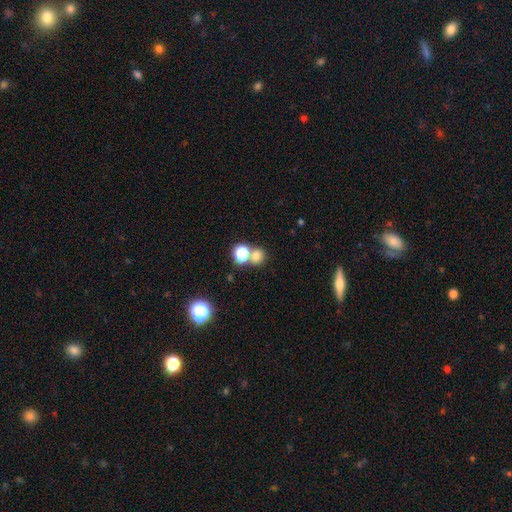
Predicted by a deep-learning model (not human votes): smooth-or-featured: smooth: 73% | star or artifact: 18% | featured or disk: 8%
  how-rounded: round: 73% | in between: 26% | cigar-shaped: 1%
  merging: none: 51% | merger: 39% | minor disturbance: 7% | major disturbance: 3%